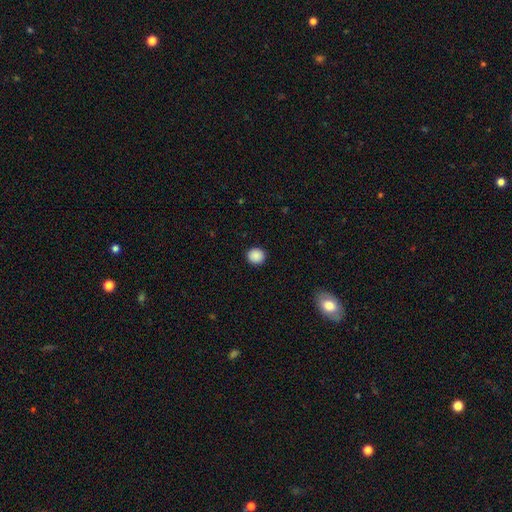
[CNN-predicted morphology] smooth_or_featured: smooth (p=0.89) [alt: star or artifact p=0.09]
how_rounded: round (p=0.89) [alt: in between p=0.10]
merging: none (p=0.92) [alt: minor disturbance p=0.05]